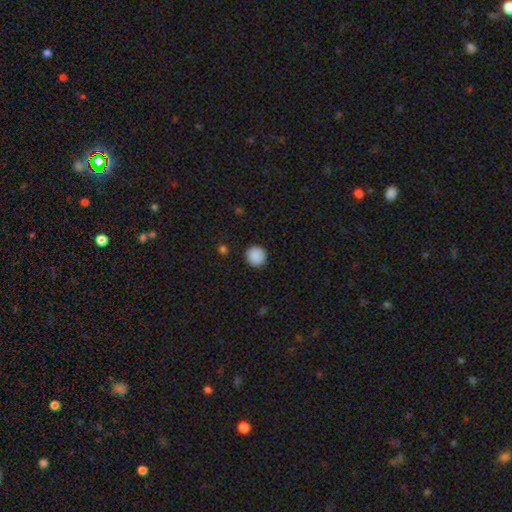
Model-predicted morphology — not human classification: A smooth galaxy with no disk features (89%) that is round (94%).

Vote fractions:
- Smooth or featured? smooth: 89% / star or artifact: 8% / featured or disk: 2%
- How rounded? round: 94% / in between: 5% / cigar-shaped: 1%
- Merging? none: 91% / minor disturbance: 6% / major disturbance: 2% / merger: 1%